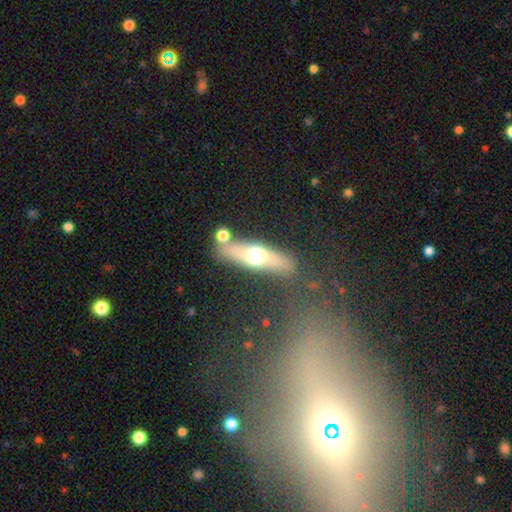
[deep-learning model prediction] This is possibly a smooth galaxy (46%). Merging: likely none (69%).